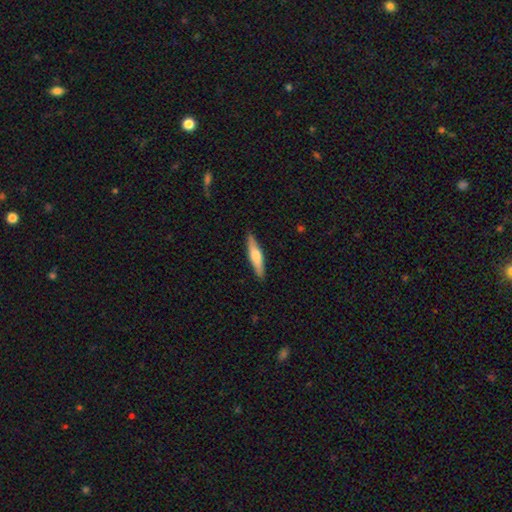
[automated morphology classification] This appears to be a smooth galaxy with no disk features (54%) that is cigar-shaped (83%). Merging: none (90%).